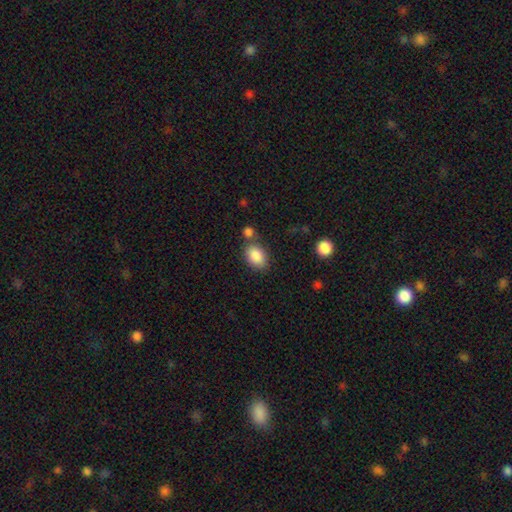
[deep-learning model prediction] Overall: smooth (87%). How rounded: in between (83%). Merging: none (68%).